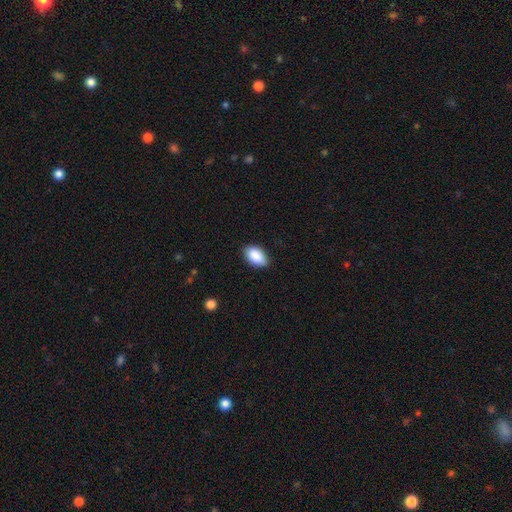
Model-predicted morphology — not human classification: Overall: smooth (89%). How rounded: in between (93%). Merging: none (83%).